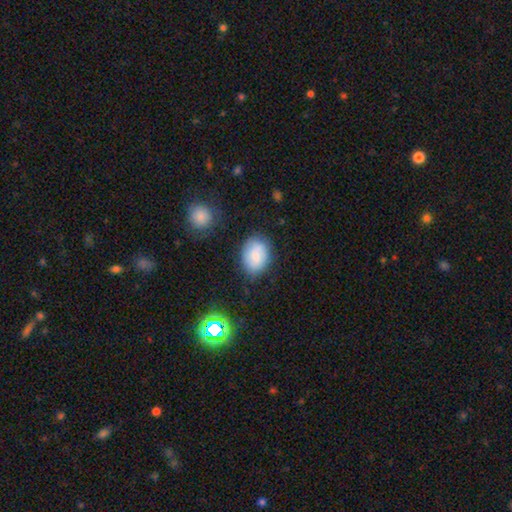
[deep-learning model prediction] Smooth or featured?
  - smooth: 78% *
  - featured or disk: 13%
  - star or artifact: 8%
How rounded?
  - in between: 73% *
  - round: 26%
  - cigar-shaped: 1%
Merging?
  - none: 75% *
  - minor disturbance: 17%
  - major disturbance: 5%
  - merger: 3%